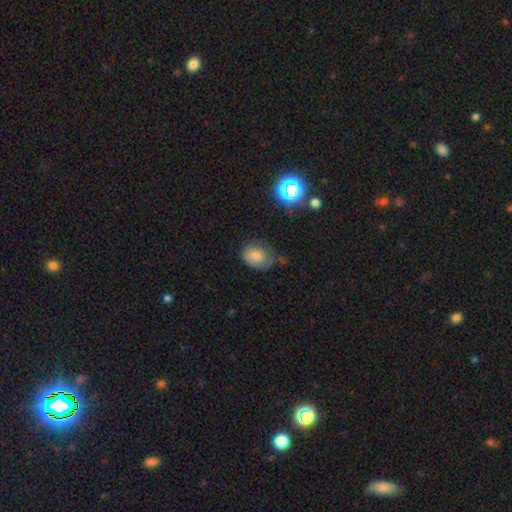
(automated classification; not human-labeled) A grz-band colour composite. It shows a smooth galaxy with no disk features (73%) that is in between round and cigar-shaped (65%). Merging: none (49%).